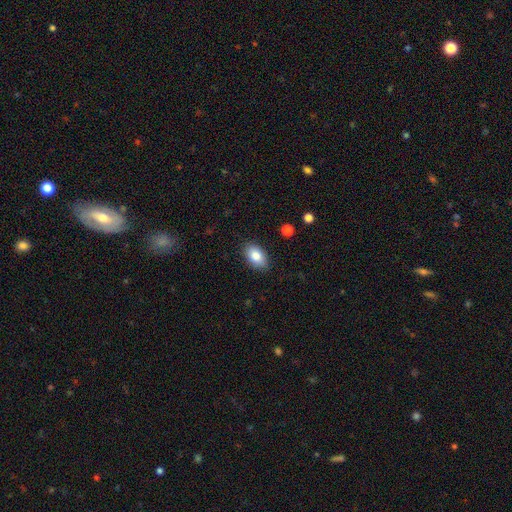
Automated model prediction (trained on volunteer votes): Q: Smooth or featured?
A: smooth (85%); runner-up: featured or disk (7%)
Q: How rounded?
A: in between (90%); runner-up: round (8%)
Q: Merging?
A: none (86%); runner-up: minor disturbance (10%)